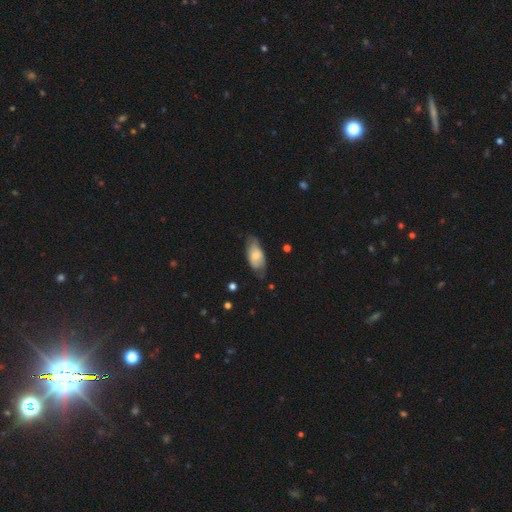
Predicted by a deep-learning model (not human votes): Smooth or featured?
  - smooth: 58% *
  - featured or disk: 36%
  - star or artifact: 6%
How rounded?
  - in between: 90% *
  - cigar-shaped: 6%
  - round: 4%
Merging?
  - none: 62% *
  - minor disturbance: 29%
  - major disturbance: 7%
  - merger: 2%